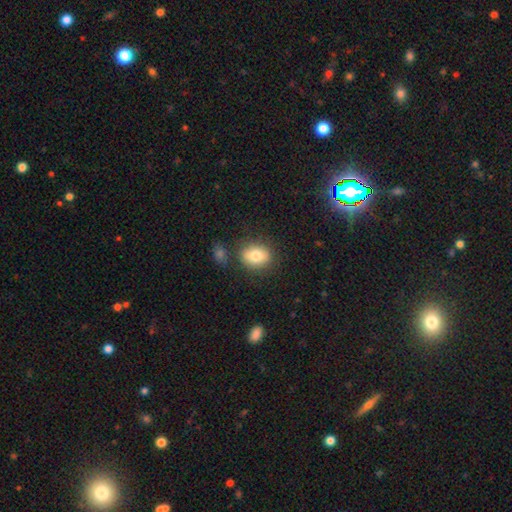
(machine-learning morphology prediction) The model was most divided on "how rounded": in between: 55%, round: 44%, cigar-shaped: 1%. More confident: smooth or featured — smooth (80%); merging — none (80%).